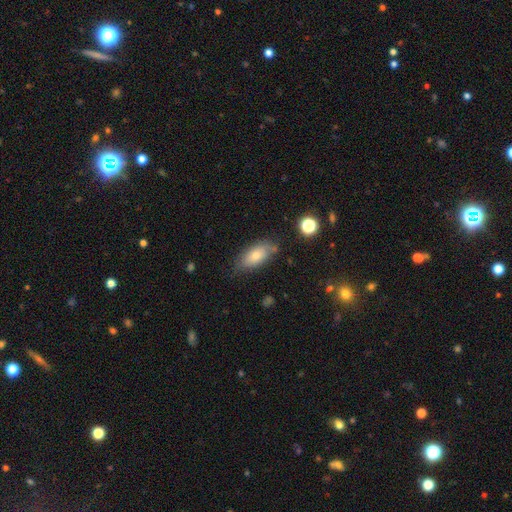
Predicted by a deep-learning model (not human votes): Smooth or featured? Predicted: smooth (p=0.73). How rounded? Predicted: in between (p=0.86). Merging? Predicted: none (p=0.73).